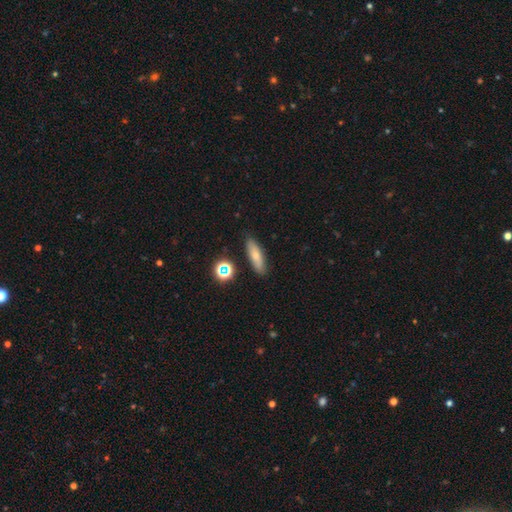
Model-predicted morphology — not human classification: This appears to be a smooth galaxy with no disk features (71%) that is cigar-shaped (52%). Merging: none (84%).